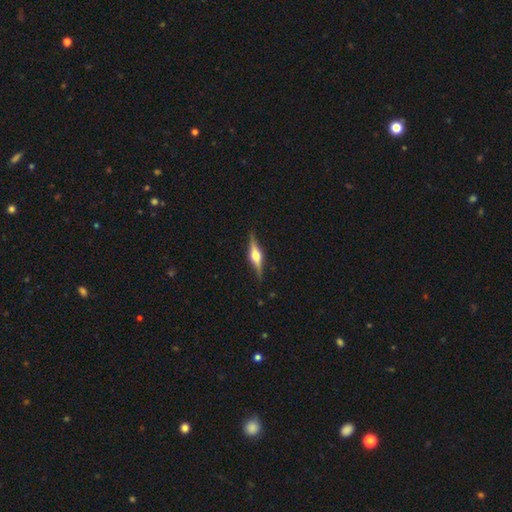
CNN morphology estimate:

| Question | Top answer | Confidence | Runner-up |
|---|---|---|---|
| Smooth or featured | featured or disk | 79% | smooth (15%) |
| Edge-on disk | yes | 97% | no (3%) |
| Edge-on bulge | rounded | 94% | boxy (5%) |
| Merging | none | 88% | minor disturbance (9%) |